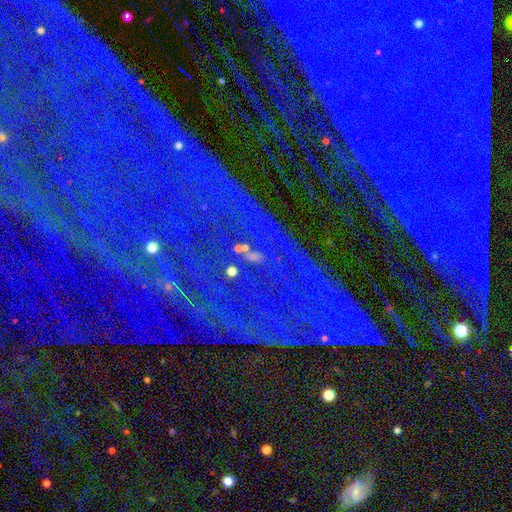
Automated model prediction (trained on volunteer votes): Morphology: type=star or artifact (86%).